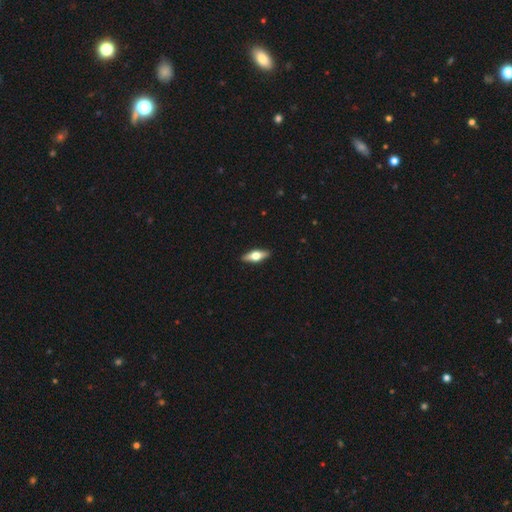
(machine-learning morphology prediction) Smooth or featured: featured or disk — 51% (smooth — 43%)
Edge-on disk: yes — 91% (no — 9%)
Merging: none — 90% (minor disturbance — 7%)